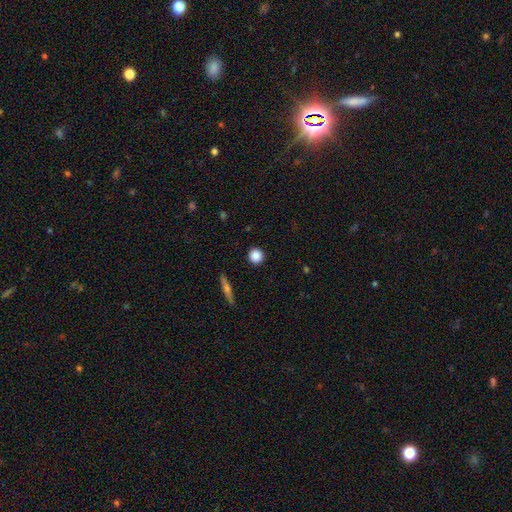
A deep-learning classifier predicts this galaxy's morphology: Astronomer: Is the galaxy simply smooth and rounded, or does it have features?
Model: smooth — 86%.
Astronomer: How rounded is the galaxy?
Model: round — 93%.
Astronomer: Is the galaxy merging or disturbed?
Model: none — 91%.